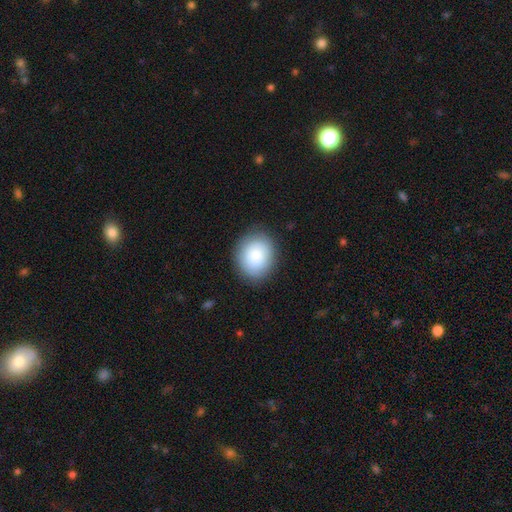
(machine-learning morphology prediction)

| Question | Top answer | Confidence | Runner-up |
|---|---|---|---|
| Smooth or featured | smooth | 80% | featured or disk (12%) |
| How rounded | round | 64% | in between (35%) |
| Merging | none | 85% | minor disturbance (11%) |